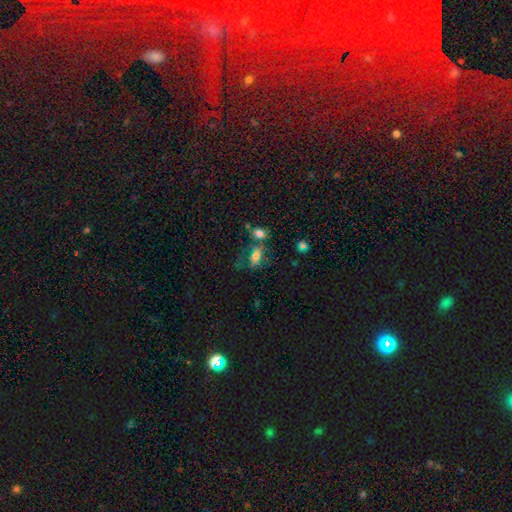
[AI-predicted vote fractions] smooth-or-featured: smooth: 66% | featured or disk: 21% | star or artifact: 14%
  how-rounded: in between: 81% | round: 12% | cigar-shaped: 7%
  merging: none: 37% | merger: 29% | minor disturbance: 18% | major disturbance: 17%